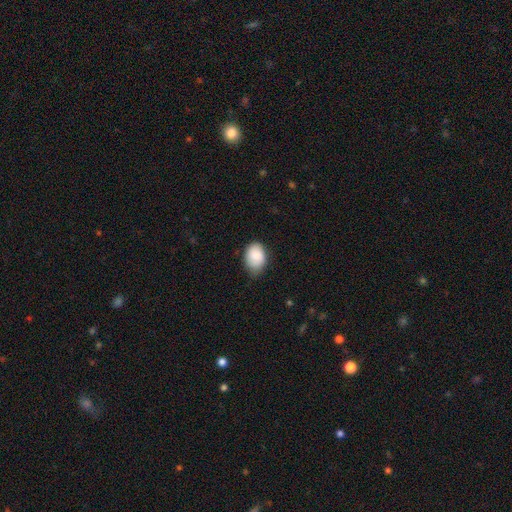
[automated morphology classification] smooth 86%, featured or disk 7%, star or artifact 6%. Down the decision tree: how rounded — in between (76%); merging — none (60%).